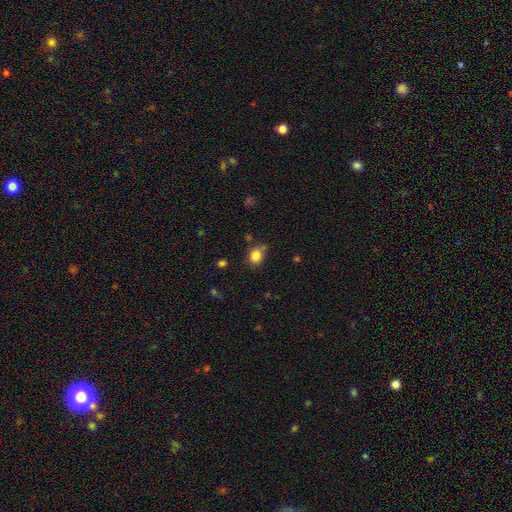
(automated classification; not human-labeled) A smooth galaxy with no disk features (84%) that is round (58%).

Vote fractions:
- Smooth or featured? smooth: 84% / star or artifact: 11% / featured or disk: 6%
- How rounded? round: 58% / in between: 41% / cigar-shaped: 1%
- Merging? none: 67% / minor disturbance: 21% / merger: 7% / major disturbance: 5%